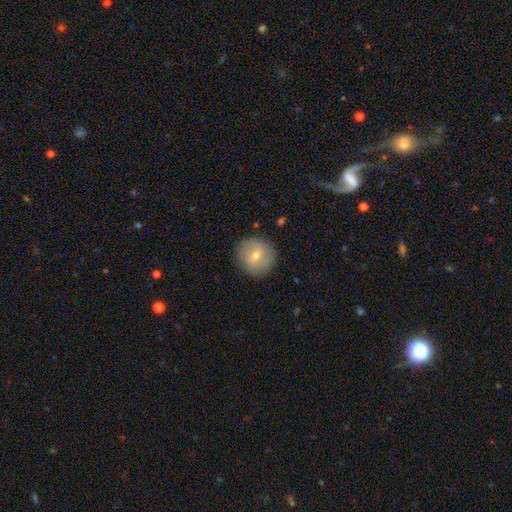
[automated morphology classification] Q: Smooth or featured?
A: smooth (55%); runner-up: featured or disk (35%)
Q: How rounded?
A: round (91%); runner-up: in between (8%)
Q: Merging?
A: none (87%); runner-up: minor disturbance (9%)